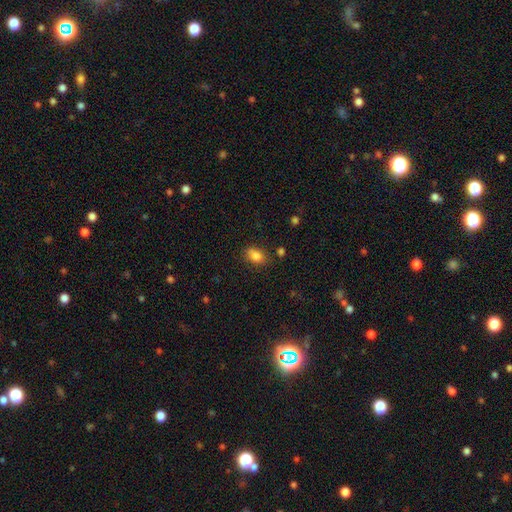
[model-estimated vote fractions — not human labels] Smooth or featured? Predicted: smooth (p=0.82). How rounded? Predicted: in between (p=0.81). Merging? Predicted: none (p=0.72).